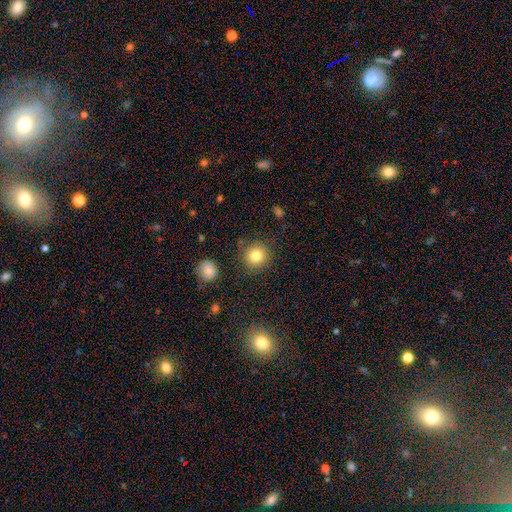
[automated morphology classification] smooth_or_featured: smooth (p=0.81) [alt: star or artifact p=0.12]
how_rounded: round (p=0.93) [alt: in between p=0.06]
merging: none (p=0.86) [alt: minor disturbance p=0.09]